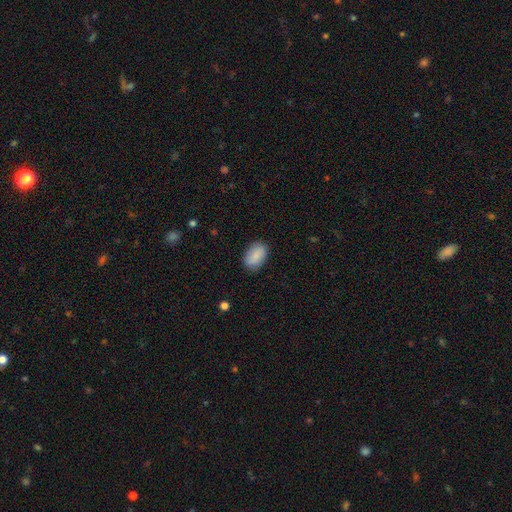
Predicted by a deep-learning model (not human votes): smooth 86%, featured or disk 7%, star or artifact 6%. Down the decision tree: how rounded — in between (91%); merging — none (84%).